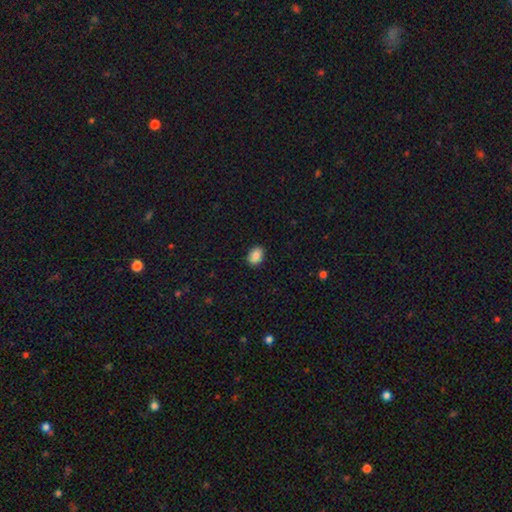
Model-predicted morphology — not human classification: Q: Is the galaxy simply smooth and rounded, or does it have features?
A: smooth — 86%.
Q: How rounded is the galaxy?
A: in between — 71%.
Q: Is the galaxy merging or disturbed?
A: none — 89%.